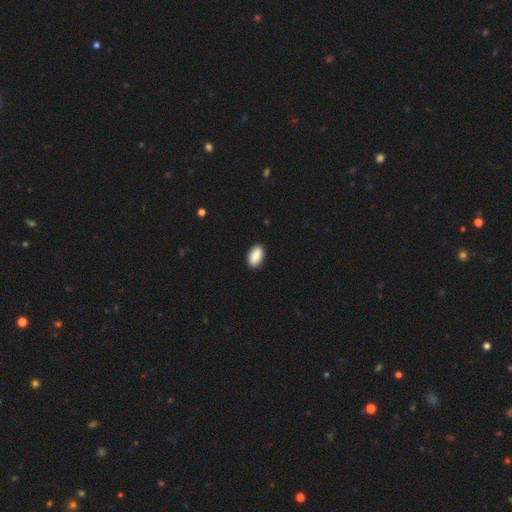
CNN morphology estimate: A smooth galaxy with no disk features (88%) that is in between round and cigar-shaped (93%). Merging: none (88%).